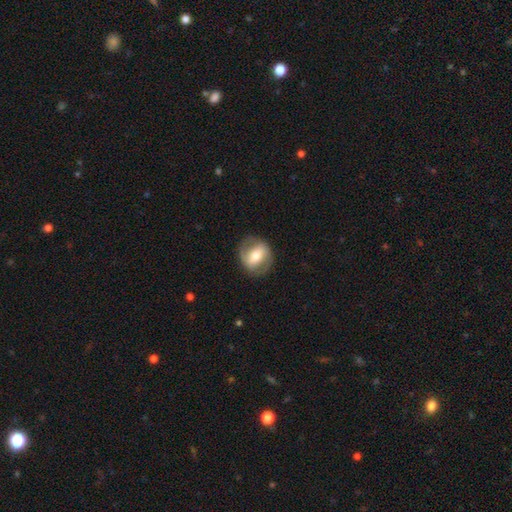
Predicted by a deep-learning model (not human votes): Overall: featured or disk (53%; smooth 40%). Edge-on disk: no (93%). Merging: none (82%).